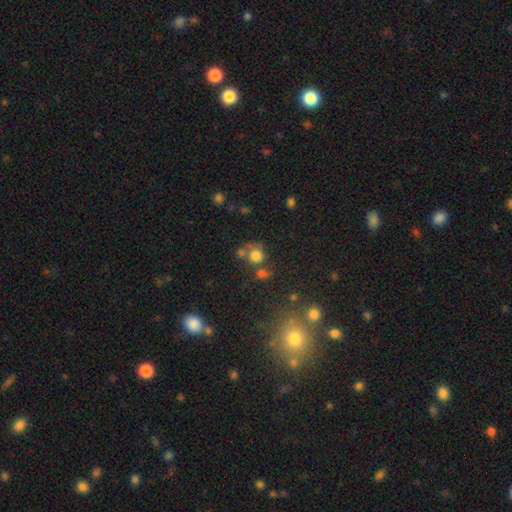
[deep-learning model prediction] Smooth or featured? Predicted: smooth (p=0.74). How rounded? Predicted: round (p=0.84). Merging? Predicted: none (p=0.51).